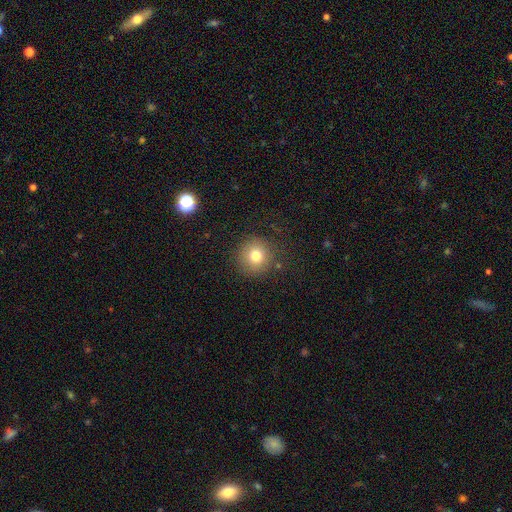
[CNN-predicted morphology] Q: Smooth or featured?
A: smooth (77%); runner-up: star or artifact (13%)
Q: How rounded?
A: round (94%); runner-up: in between (5%)
Q: Merging?
A: none (86%); runner-up: minor disturbance (9%)